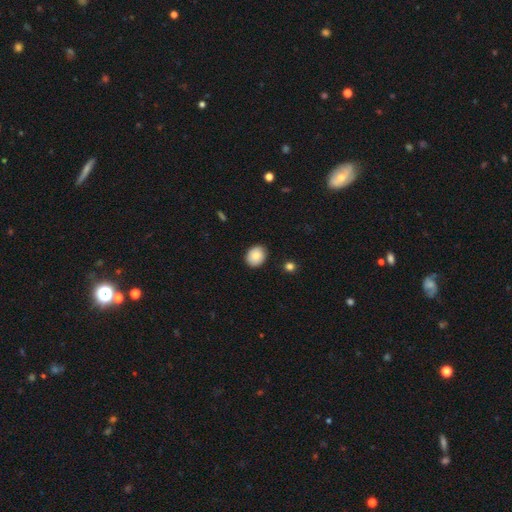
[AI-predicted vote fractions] Smooth or featured?
  - smooth: 85% *
  - star or artifact: 8%
  - featured or disk: 7%
How rounded?
  - round: 58% *
  - in between: 41%
  - cigar-shaped: 1%
Merging?
  - none: 87% *
  - minor disturbance: 10%
  - major disturbance: 2%
  - merger: 1%